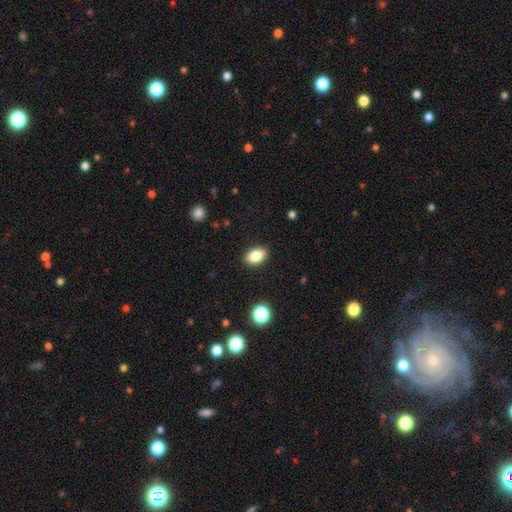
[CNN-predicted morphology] A smooth galaxy with no disk features (84%) that is in between round and cigar-shaped (89%).

Vote fractions:
- Smooth or featured? smooth: 84% / star or artifact: 9% / featured or disk: 7%
- How rounded? in between: 89% / round: 9% / cigar-shaped: 2%
- Merging? none: 89% / minor disturbance: 8% / major disturbance: 2% / merger: 1%